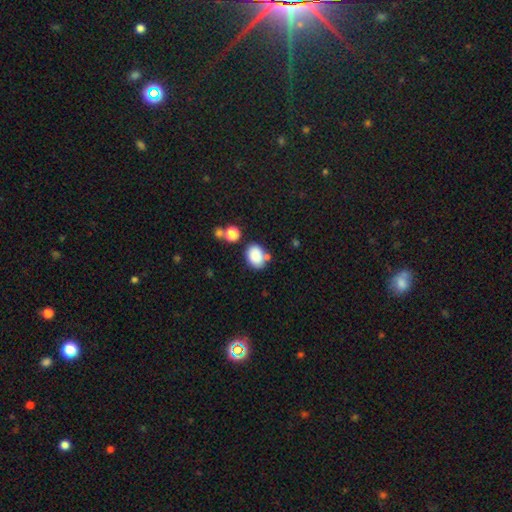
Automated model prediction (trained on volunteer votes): This is clearly a smooth galaxy (85%). How rounded: likely in between (76%). Merging: likely none (65%).